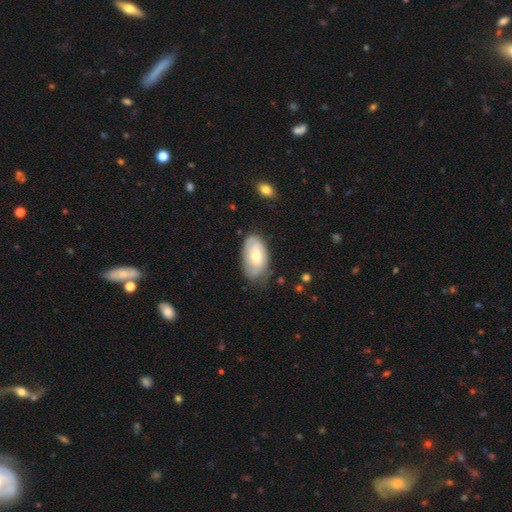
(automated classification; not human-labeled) Overall: smooth (49%; featured or disk 45%). Merging: none (63%; minor disturbance 28%).